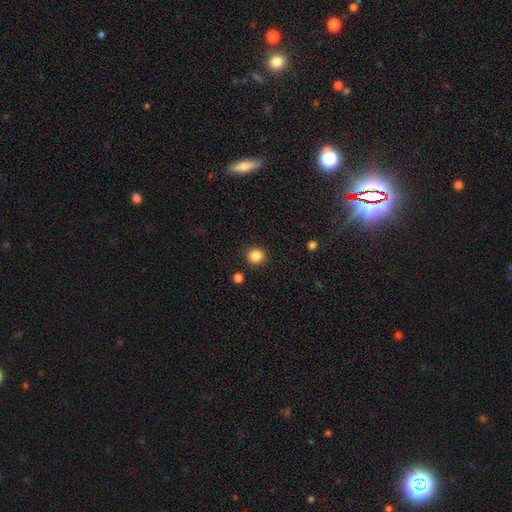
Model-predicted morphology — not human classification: smooth_or_featured: smooth (p=0.85) [alt: star or artifact p=0.11]
how_rounded: round (p=0.93) [alt: in between p=0.06]
merging: none (p=0.91) [alt: minor disturbance p=0.05]